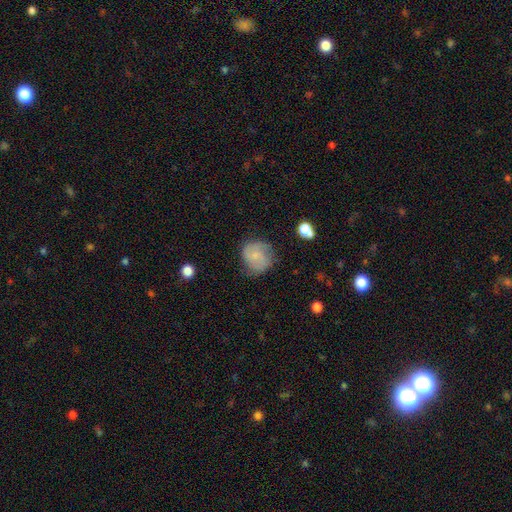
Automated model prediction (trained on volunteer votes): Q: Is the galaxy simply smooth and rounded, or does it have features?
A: smooth — 51%.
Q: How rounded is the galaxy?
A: round — 80%.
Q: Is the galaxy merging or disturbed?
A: none — 62%.